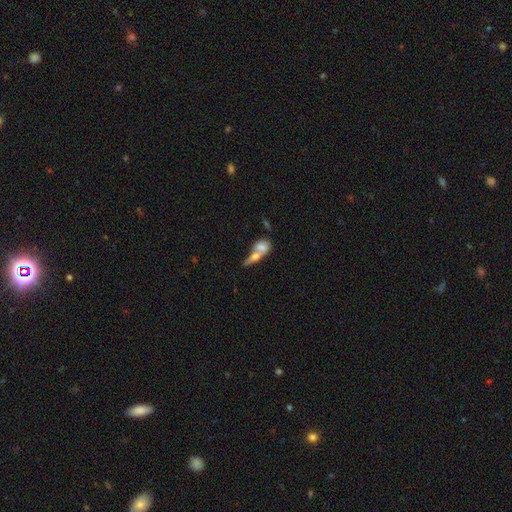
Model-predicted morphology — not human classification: A smooth galaxy with no disk features (62%) that is in between round and cigar-shaped (60%).

Vote fractions:
- Smooth or featured? smooth: 62% / featured or disk: 29% / star or artifact: 9%
- How rounded? in between: 60% / cigar-shaped: 22% / round: 18%
- Merging? merger: 69% / none: 17% / minor disturbance: 7% / major disturbance: 6%